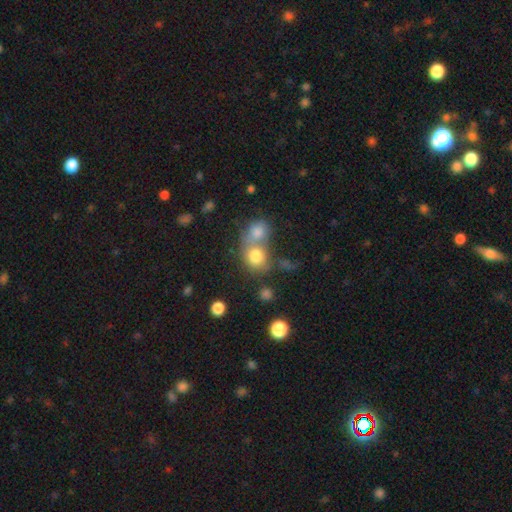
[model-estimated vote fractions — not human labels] Smooth or featured?
  - smooth: 78% *
  - featured or disk: 11%
  - star or artifact: 11%
How rounded?
  - round: 68% *
  - in between: 31%
  - cigar-shaped: 1%
Merging?
  - merger: 57% *
  - none: 31%
  - minor disturbance: 8%
  - major disturbance: 5%